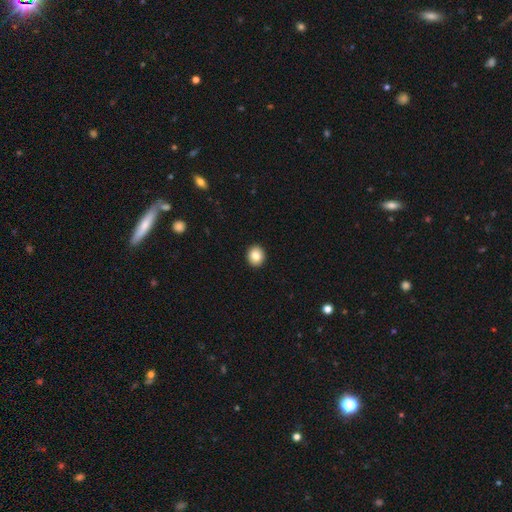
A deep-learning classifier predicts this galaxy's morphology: Smooth or featured: smooth — 84% (star or artifact — 9%)
How rounded: round — 78% (in between — 21%)
Merging: none — 93% (minor disturbance — 4%)